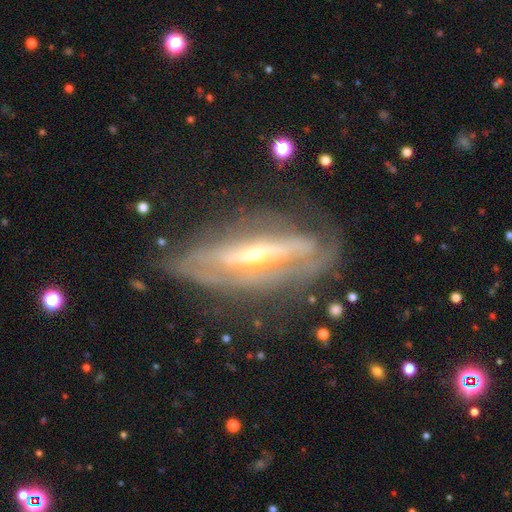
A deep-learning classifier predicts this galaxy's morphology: Smooth or featured? Predicted: featured or disk (p=0.83). Edge-on disk? Predicted: no (p=0.51). Merging? Predicted: none (p=0.69).